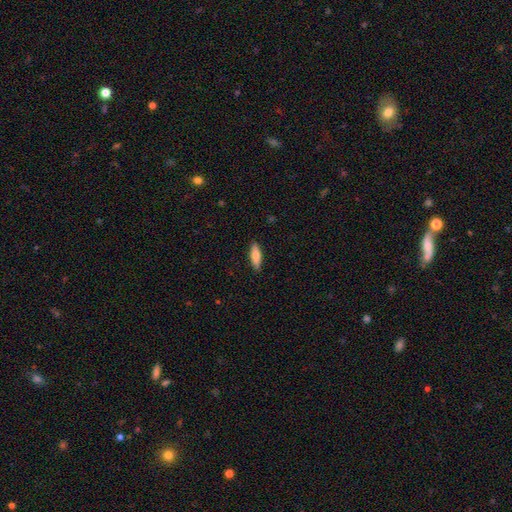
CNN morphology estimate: A smooth galaxy with no disk features (82%) that is cigar-shaped (53%).

Vote fractions:
- Smooth or featured? smooth: 82% / featured or disk: 12% / star or artifact: 6%
- How rounded? cigar-shaped: 53% / in between: 45% / round: 2%
- Merging? none: 89% / minor disturbance: 9% / major disturbance: 2% / merger: 1%